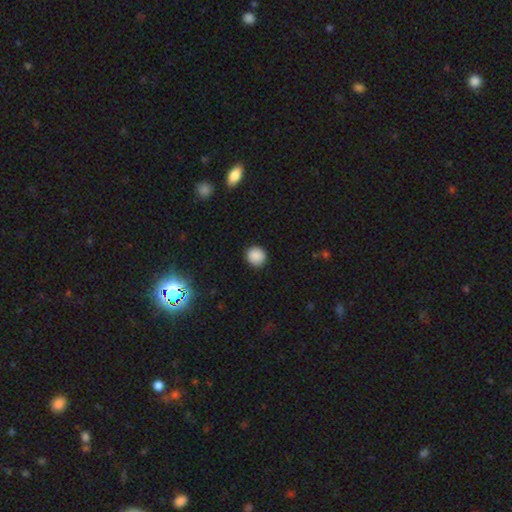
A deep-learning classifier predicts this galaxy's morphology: smooth_or_featured: smooth (p=0.87) [alt: star or artifact p=0.10]
how_rounded: round (p=0.92) [alt: in between p=0.07]
merging: none (p=0.91) [alt: minor disturbance p=0.06]